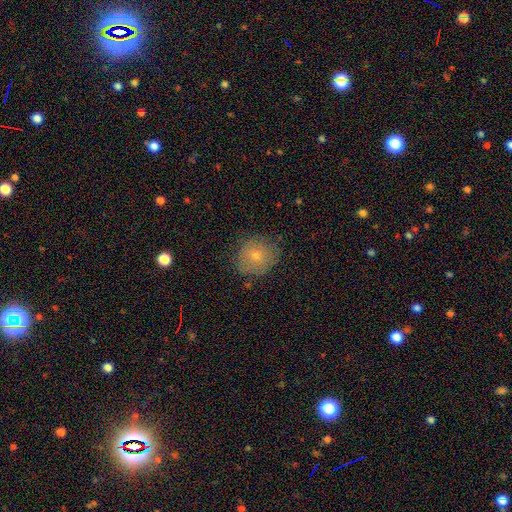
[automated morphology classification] Smooth or featured: smooth — 67% (featured or disk — 21%)
How rounded: round — 85% (in between — 14%)
Merging: none — 81% (minor disturbance — 14%)